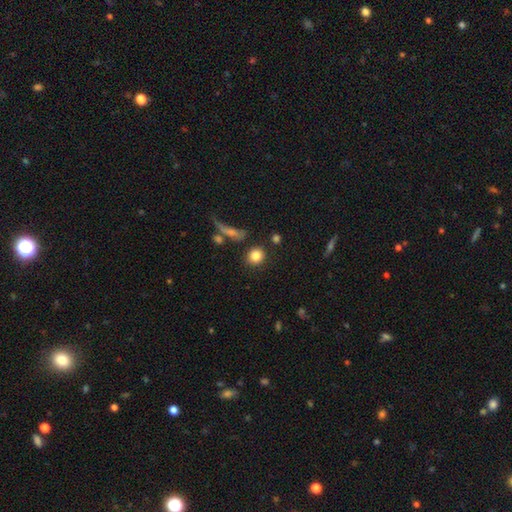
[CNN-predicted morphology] type=smooth (83%); roundness=round (80%); merging=none (79%).